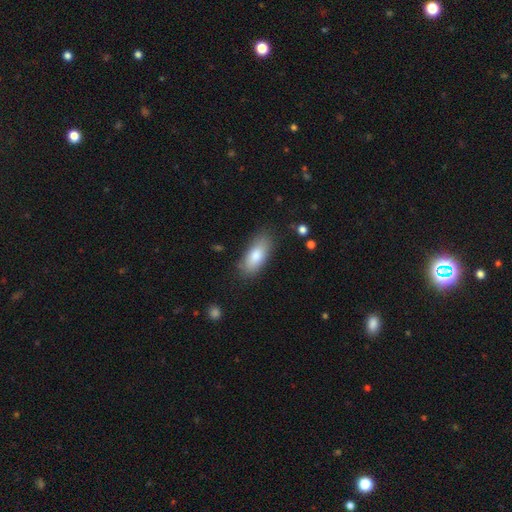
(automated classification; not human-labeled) smooth-or-featured: smooth: 82% | featured or disk: 12% | star or artifact: 6%
  how-rounded: in between: 84% | cigar-shaped: 13% | round: 2%
  merging: none: 80% | minor disturbance: 14% | major disturbance: 4% | merger: 2%